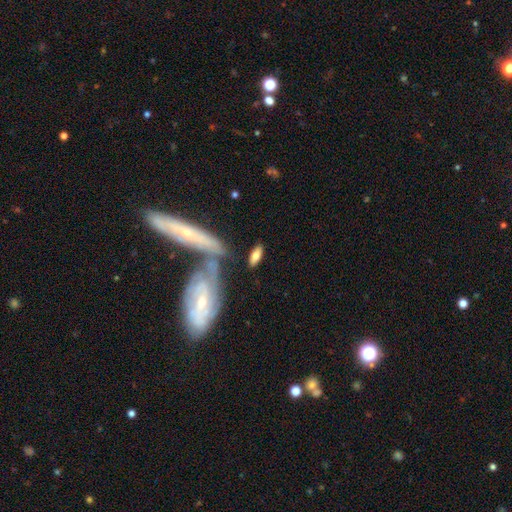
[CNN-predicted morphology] Overall: smooth (70%). How rounded: in between (78%). Merging: none (72%).